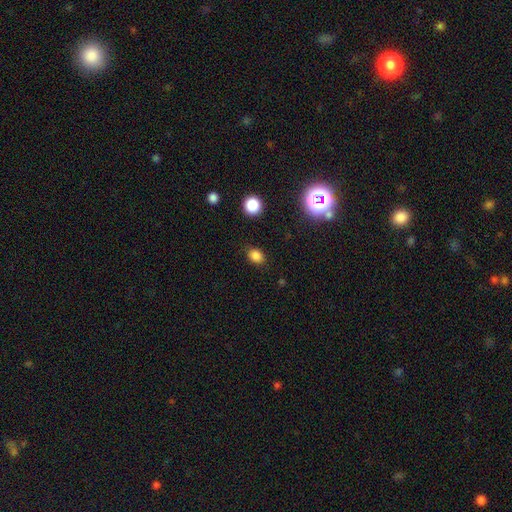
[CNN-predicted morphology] The model was most divided on "how rounded": in between: 55%, round: 43%, cigar-shaped: 1%. More confident: merging — none (84%); smooth or featured — smooth (82%).